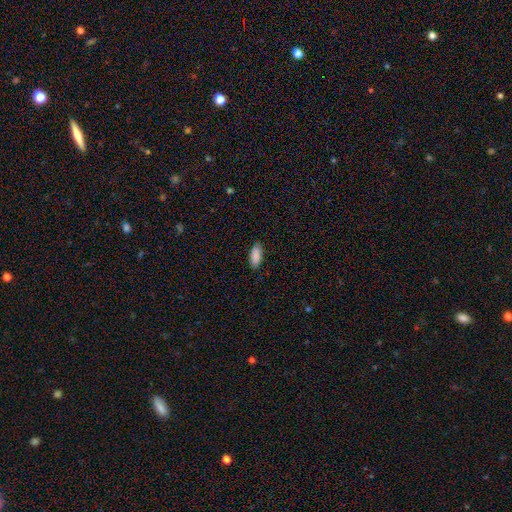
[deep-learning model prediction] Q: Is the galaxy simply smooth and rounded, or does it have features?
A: smooth — 90%.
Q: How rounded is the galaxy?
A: in between — 80%.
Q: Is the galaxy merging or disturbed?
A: none — 88%.